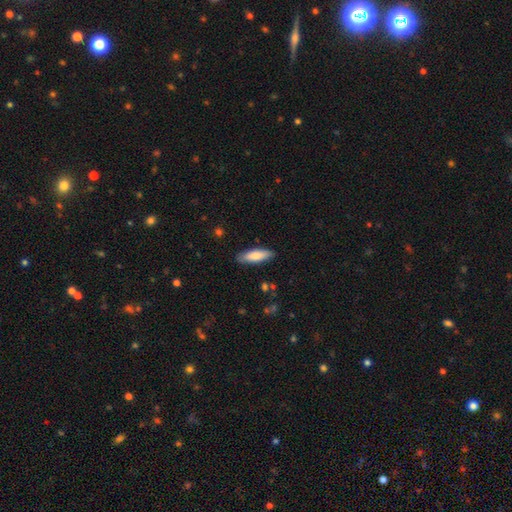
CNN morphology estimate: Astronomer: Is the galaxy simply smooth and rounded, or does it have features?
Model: smooth — 78%.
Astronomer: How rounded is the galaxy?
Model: cigar-shaped — 50% (runner-up: in between, 49%).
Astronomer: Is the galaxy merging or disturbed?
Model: none — 87%.